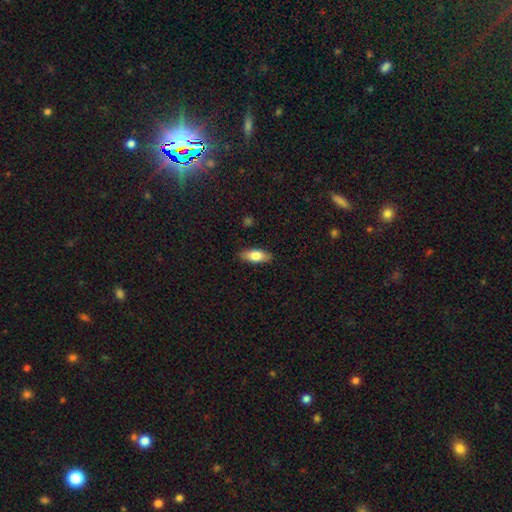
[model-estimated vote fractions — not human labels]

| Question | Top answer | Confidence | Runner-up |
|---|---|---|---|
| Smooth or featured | smooth | 74% | featured or disk (19%) |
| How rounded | in between | 78% | cigar-shaped (19%) |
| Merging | none | 87% | minor disturbance (10%) |